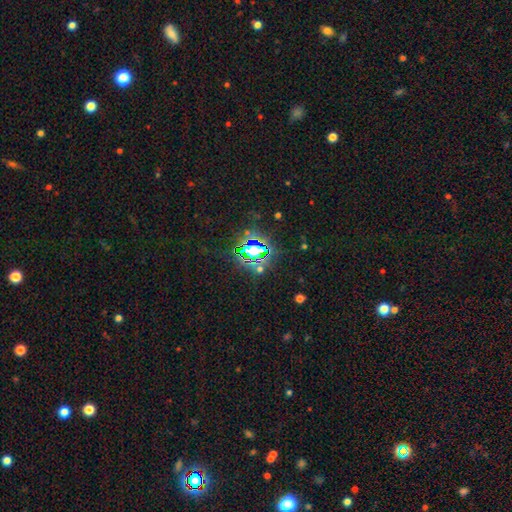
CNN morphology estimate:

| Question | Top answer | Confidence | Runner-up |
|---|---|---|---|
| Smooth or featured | star or artifact | 74% | smooth (16%) |